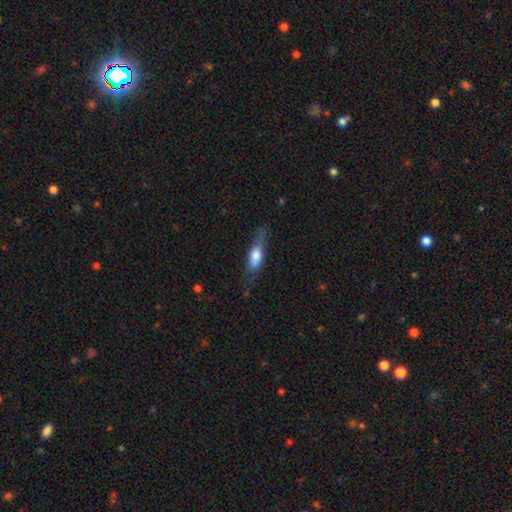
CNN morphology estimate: A smooth galaxy with no disk features (70%) that is in between round and cigar-shaped (55%).

Vote fractions:
- Smooth or featured? smooth: 70% / featured or disk: 23% / star or artifact: 7%
- How rounded? in between: 55% / cigar-shaped: 42% / round: 3%
- Merging? none: 53% / minor disturbance: 29% / major disturbance: 16% / merger: 2%